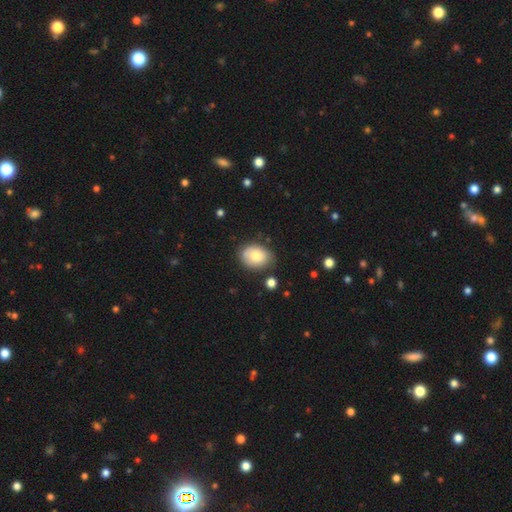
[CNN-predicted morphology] The model was most divided on "how rounded": in between: 60%, round: 39%, cigar-shaped: 1%. More confident: merging — none (71%); smooth or featured — smooth (70%).